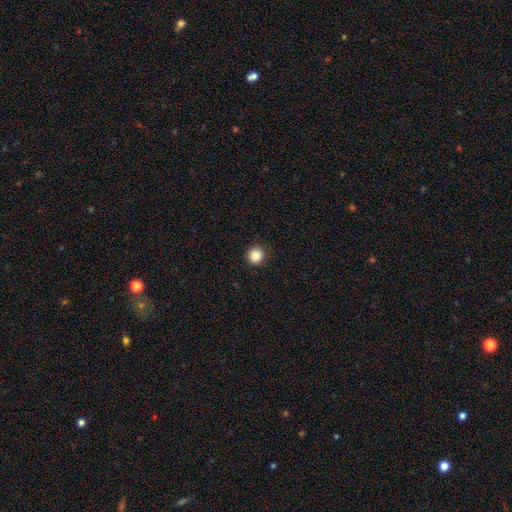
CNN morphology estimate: A smooth galaxy with no disk features (88%) that is round (95%).

Vote fractions:
- Smooth or featured? smooth: 88% / star or artifact: 10% / featured or disk: 3%
- How rounded? round: 95% / in between: 4% / cigar-shaped: 1%
- Merging? none: 91% / minor disturbance: 6% / major disturbance: 2% / merger: 1%